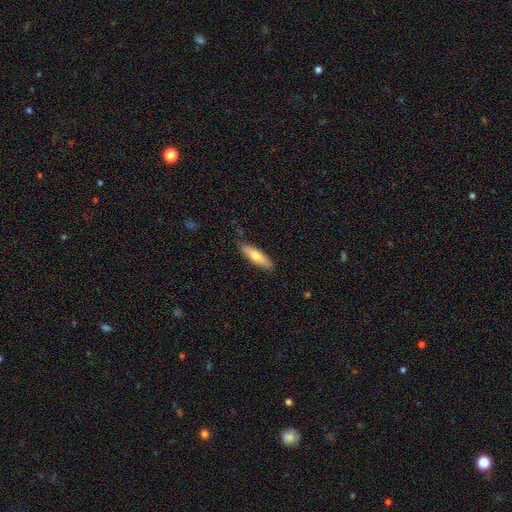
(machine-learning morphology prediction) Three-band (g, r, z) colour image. It shows a smooth galaxy with no disk features (70%) that is cigar-shaped (67%). Merging: none (86%).